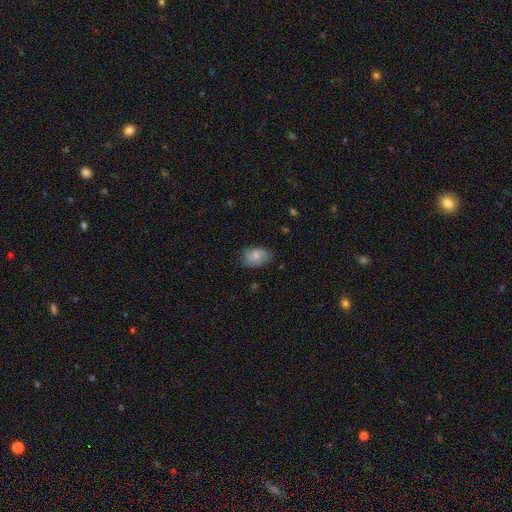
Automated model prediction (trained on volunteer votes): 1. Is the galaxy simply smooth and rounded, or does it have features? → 73% smooth, 20% featured or disk, 8% star or artifact.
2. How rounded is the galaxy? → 81% in between, 18% round, 1% cigar-shaped.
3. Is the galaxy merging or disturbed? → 70% none, 23% minor disturbance, 6% major disturbance, 1% merger.